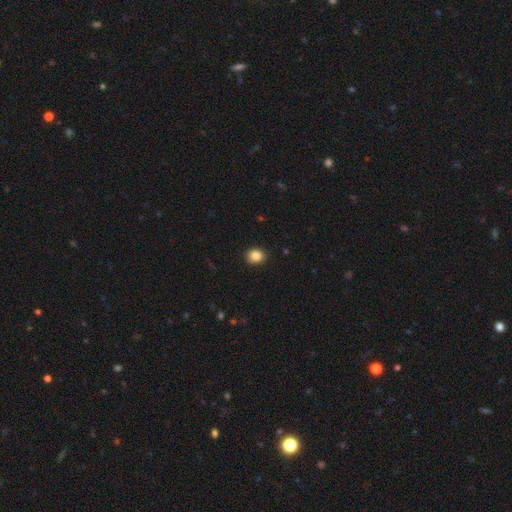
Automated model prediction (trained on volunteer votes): This is clearly a smooth galaxy (86%). How rounded: possibly round (58%). Merging: clearly none (87%).